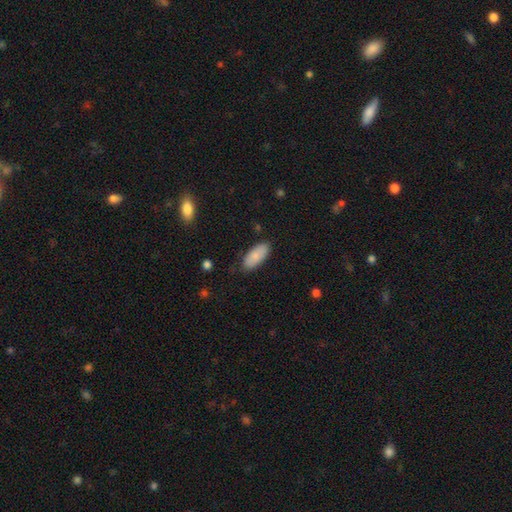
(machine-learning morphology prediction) Smooth or featured: smooth — 85% (featured or disk — 9%)
How rounded: in between — 87% (cigar-shaped — 11%)
Merging: none — 83% (minor disturbance — 13%)